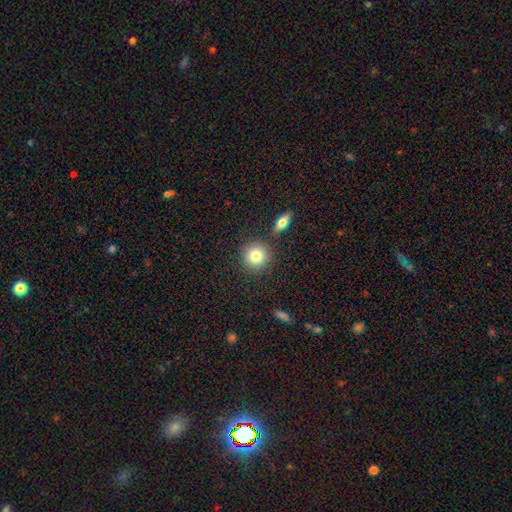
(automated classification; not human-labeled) This appears to be a smooth galaxy with no disk features (81%) that is round (91%). Merging: none (83%).